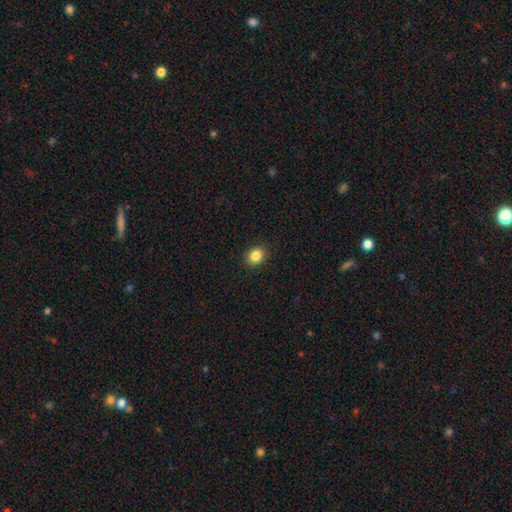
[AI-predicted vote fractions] Morphology: type=smooth (86%); roundness=round (67%); merging=none (91%).